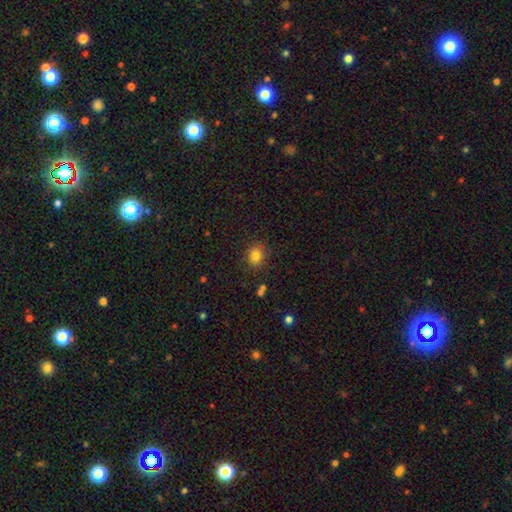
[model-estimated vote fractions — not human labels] This is clearly a smooth galaxy (81%). How rounded: likely round (77%). Merging: clearly none (86%).